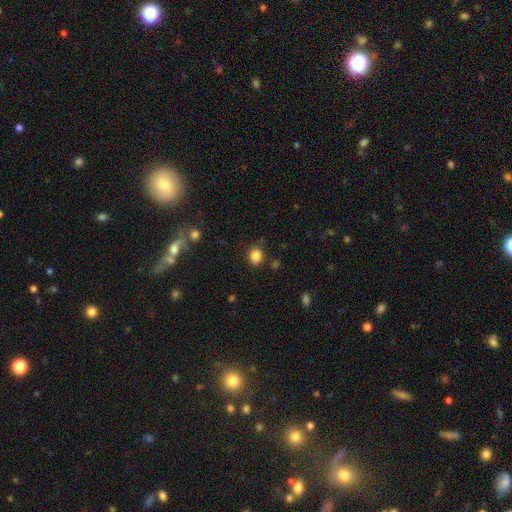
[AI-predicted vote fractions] Q: Smooth or featured?
A: smooth (84%); runner-up: star or artifact (12%)
Q: How rounded?
A: round (81%); runner-up: in between (19%)
Q: Merging?
A: none (84%); runner-up: minor disturbance (11%)